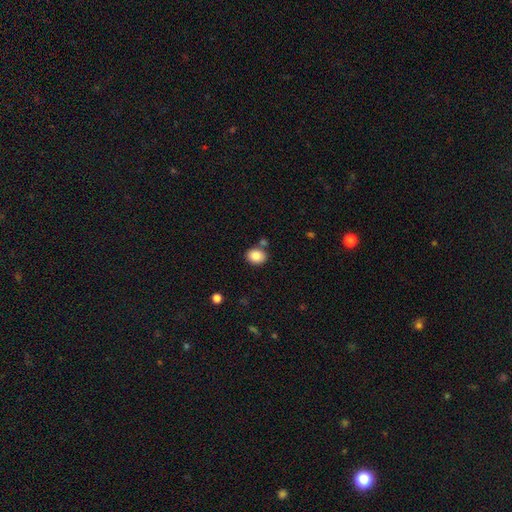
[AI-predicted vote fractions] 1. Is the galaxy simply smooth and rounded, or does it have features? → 84% smooth, 9% star or artifact, 7% featured or disk.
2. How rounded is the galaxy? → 56% round, 43% in between, 1% cigar-shaped.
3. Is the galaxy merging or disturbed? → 78% none, 10% minor disturbance, 10% merger, 3% major disturbance.